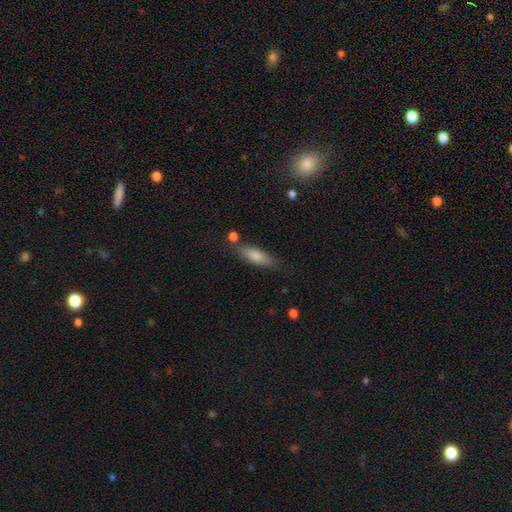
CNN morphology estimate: smooth_or_featured: smooth (p=0.80) [alt: featured or disk p=0.14]
how_rounded: in between (p=0.56) [alt: cigar-shaped p=0.41]
merging: none (p=0.71) [alt: minor disturbance p=0.16]